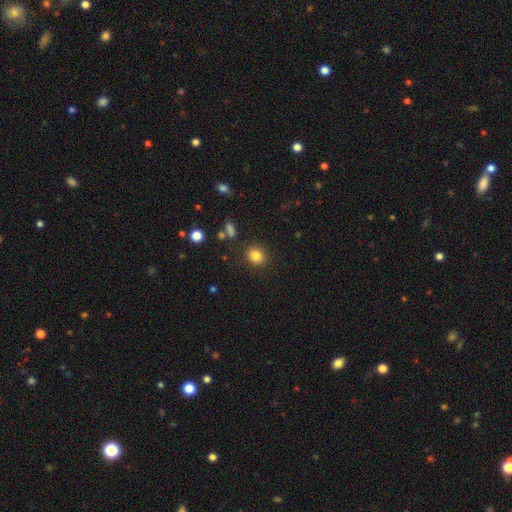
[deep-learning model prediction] smooth 84%, star or artifact 11%, featured or disk 5%. Down the decision tree: how rounded — round (74%); merging — none (87%).